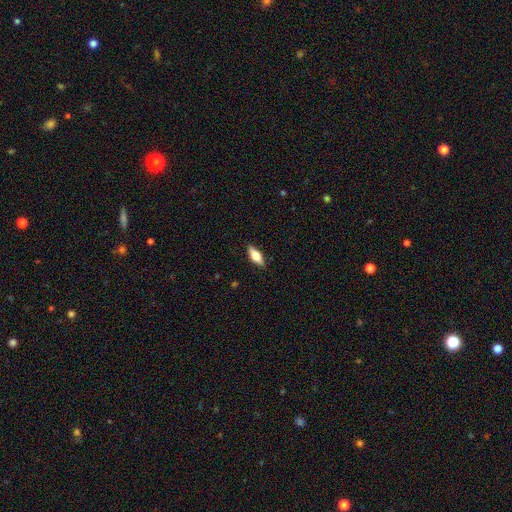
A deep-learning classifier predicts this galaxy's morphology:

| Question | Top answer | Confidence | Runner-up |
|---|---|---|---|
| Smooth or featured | smooth | 52% | featured or disk (42%) |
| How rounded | in between | 64% | cigar-shaped (32%) |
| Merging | none | 88% | minor disturbance (9%) |